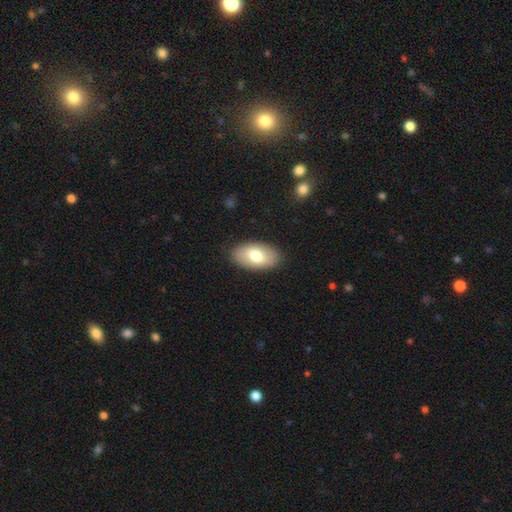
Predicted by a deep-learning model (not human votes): This appears to be a smooth galaxy with no disk features (74%) that is in between round and cigar-shaped (94%). Merging: none (87%).